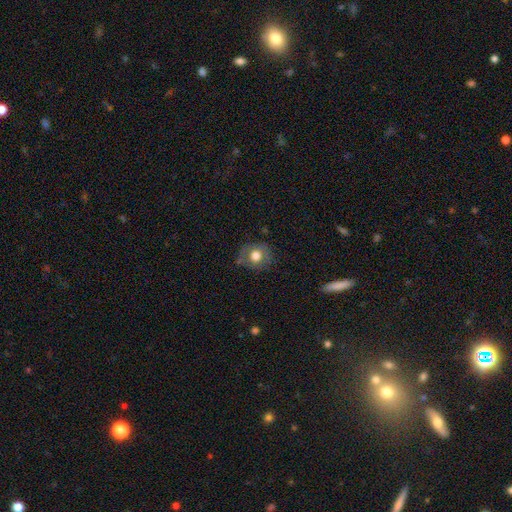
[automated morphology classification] The model was most divided on "smooth or featured": smooth: 71%, featured or disk: 20%, star or artifact: 9%. More confident: how rounded — round (80%); merging — none (72%).